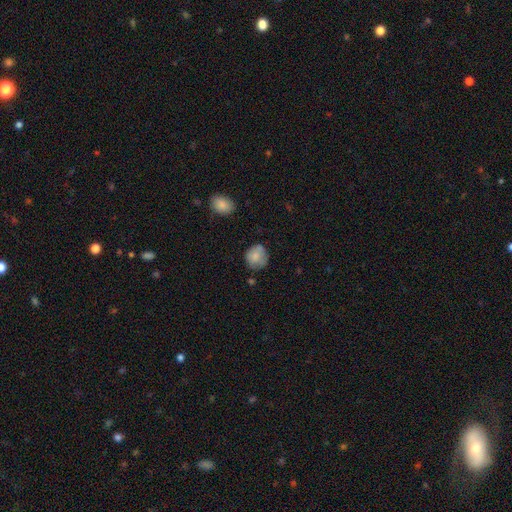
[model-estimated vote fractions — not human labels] Q: Smooth or featured?
A: smooth (79%); runner-up: featured or disk (13%)
Q: How rounded?
A: round (77%); runner-up: in between (22%)
Q: Merging?
A: none (65%); runner-up: minor disturbance (26%)